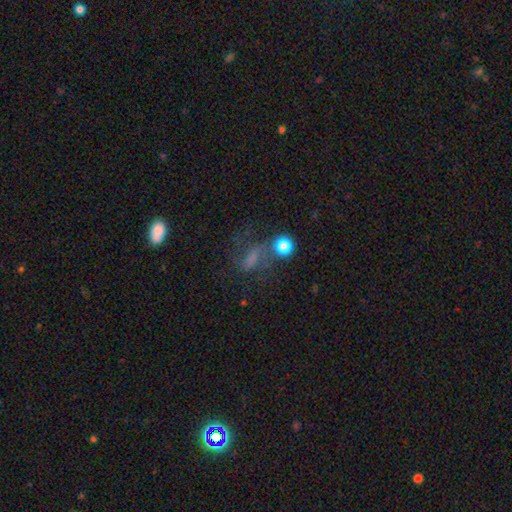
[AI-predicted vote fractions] Smooth or featured? Predicted: smooth (p=0.38). Merging? Predicted: none (p=0.48).